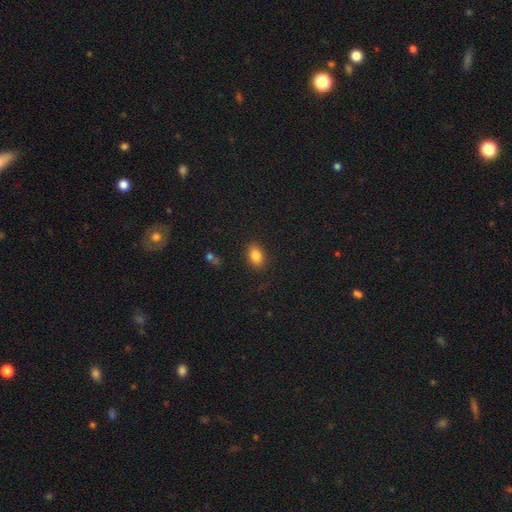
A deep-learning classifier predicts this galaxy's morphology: The model was most divided on "how rounded": in between: 75%, round: 24%, cigar-shaped: 1%. More confident: merging — none (87%); smooth or featured — smooth (84%).